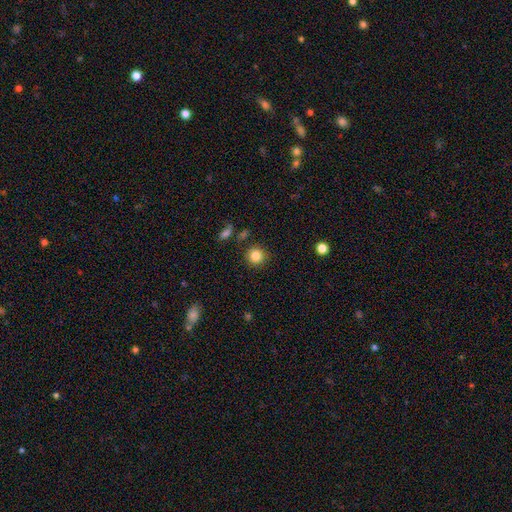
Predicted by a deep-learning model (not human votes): The model was most divided on "smooth or featured": smooth: 85%, star or artifact: 11%, featured or disk: 5%. More confident: how rounded — round (93%); merging — none (87%).